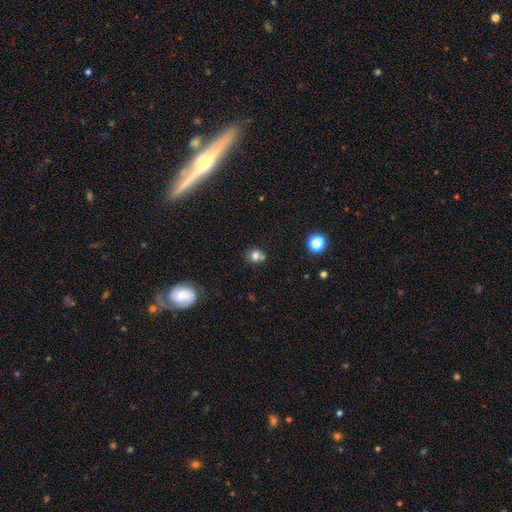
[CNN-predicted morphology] Overall: smooth (76%). How rounded: round (77%). Merging: none (53%; merger 30%).